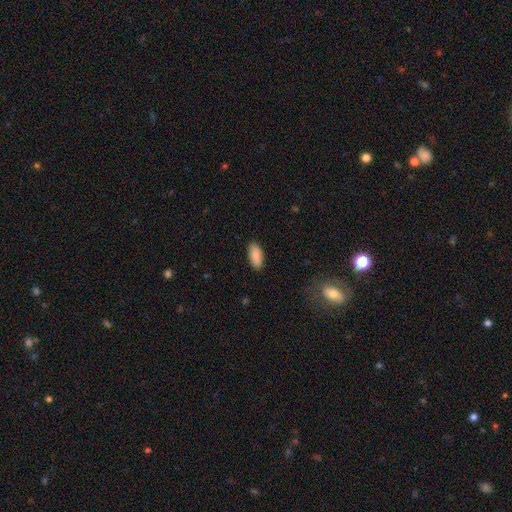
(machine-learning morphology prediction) type=smooth (90%); roundness=in between (86%); merging=none (88%).